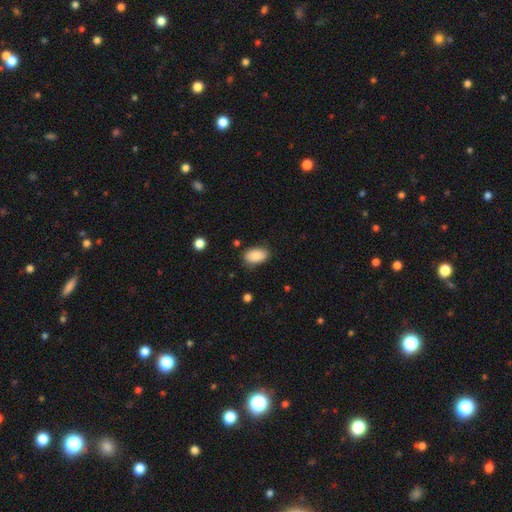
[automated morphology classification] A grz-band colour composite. It shows a smooth galaxy with no disk features (88%) that is in between round and cigar-shaped (93%). Merging: none (83%).